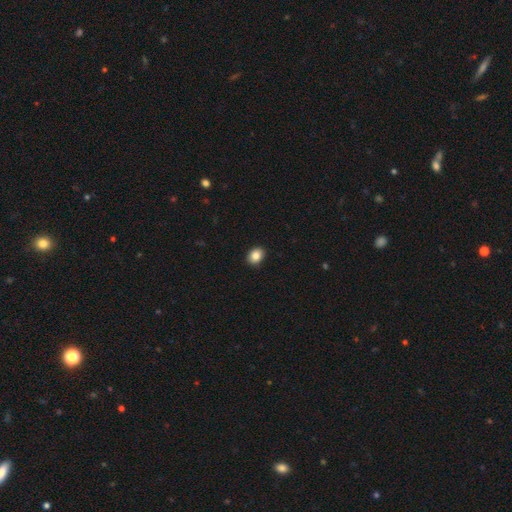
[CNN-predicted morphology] This is clearly a smooth galaxy (86%). How rounded: likely in between (62%). Merging: clearly none (90%).